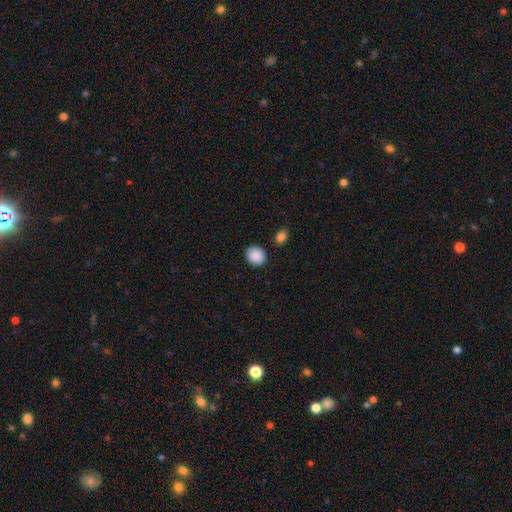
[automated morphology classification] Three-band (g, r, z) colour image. It shows a smooth galaxy with no disk features (90%) that is round (68%). Merging: none (87%).